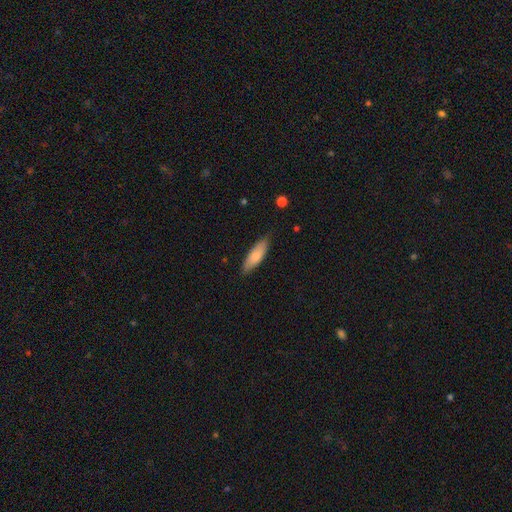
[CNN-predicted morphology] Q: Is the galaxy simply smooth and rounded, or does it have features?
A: smooth — 76%.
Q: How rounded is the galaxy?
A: in between — 55%.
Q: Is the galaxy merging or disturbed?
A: none — 81%.